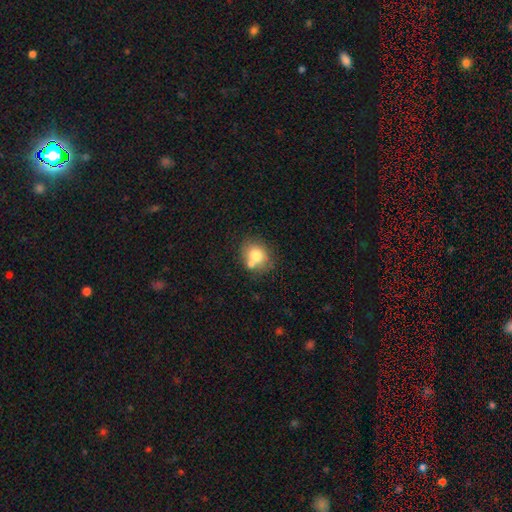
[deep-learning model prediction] Overall: smooth (74%). How rounded: round (67%; in between 32%). Merging: none (58%; merger 24%).